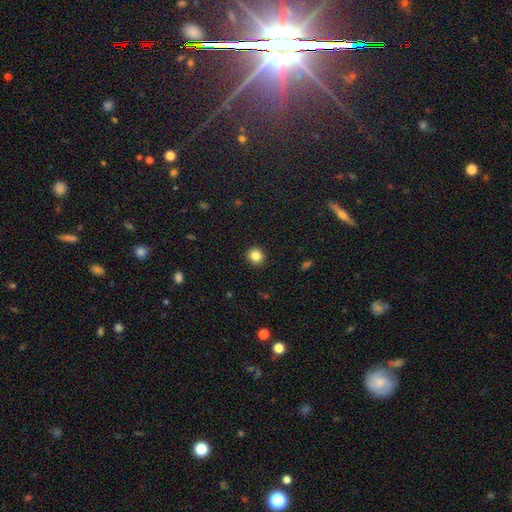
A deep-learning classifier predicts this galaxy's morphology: smooth_or_featured: smooth (p=0.85) [alt: star or artifact p=0.11]
how_rounded: round (p=0.87) [alt: in between p=0.12]
merging: none (p=0.92) [alt: minor disturbance p=0.05]